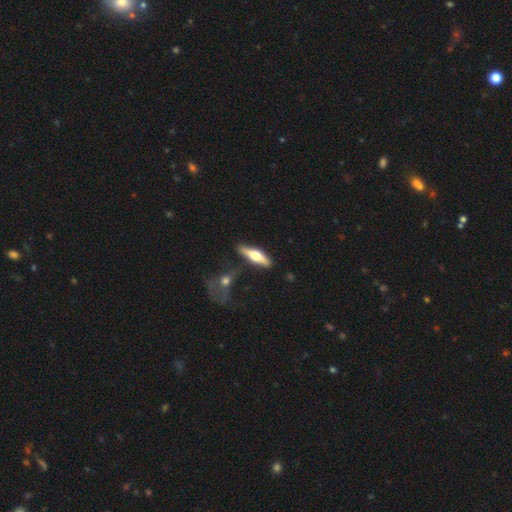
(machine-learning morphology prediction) Smooth or featured? Predicted: featured or disk (p=0.54). Edge-on disk? Predicted: yes (p=0.91). Merging? Predicted: none (p=0.79).